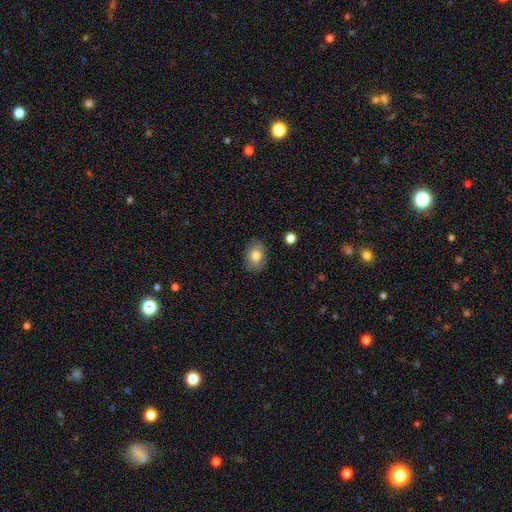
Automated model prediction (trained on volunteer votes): smooth 80%, featured or disk 12%, star or artifact 9%. Down the decision tree: how rounded — in between (70%); merging — none (84%).